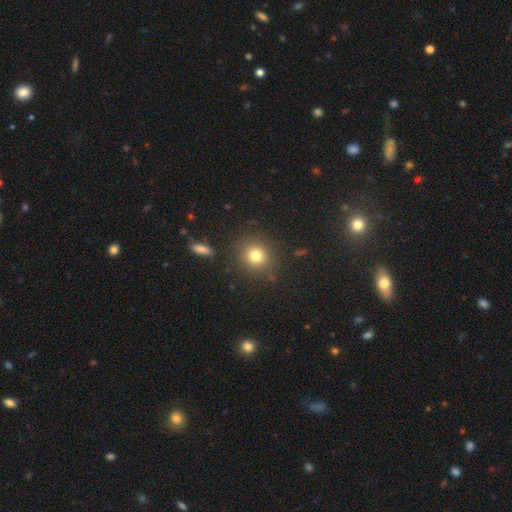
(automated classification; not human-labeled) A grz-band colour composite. It shows a smooth galaxy with no disk features (79%) that is round (86%). Merging: none (86%).